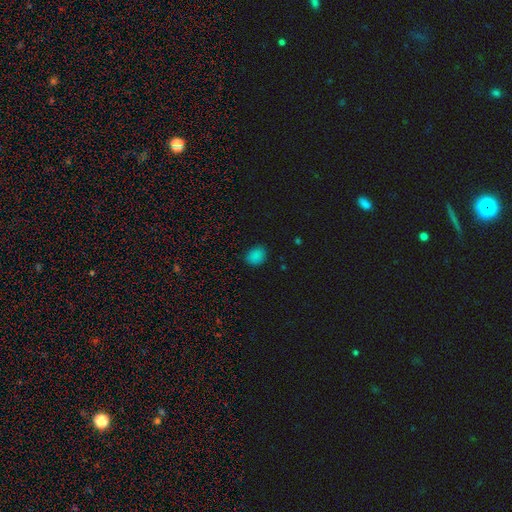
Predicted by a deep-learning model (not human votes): A smooth galaxy with no disk features (80%) that is in between round and cigar-shaped (55%).

Vote fractions:
- Smooth or featured? smooth: 80% / star or artifact: 17% / featured or disk: 3%
- How rounded? in between: 55% / round: 44% / cigar-shaped: 1%
- Merging? none: 86% / minor disturbance: 10% / major disturbance: 2% / merger: 1%